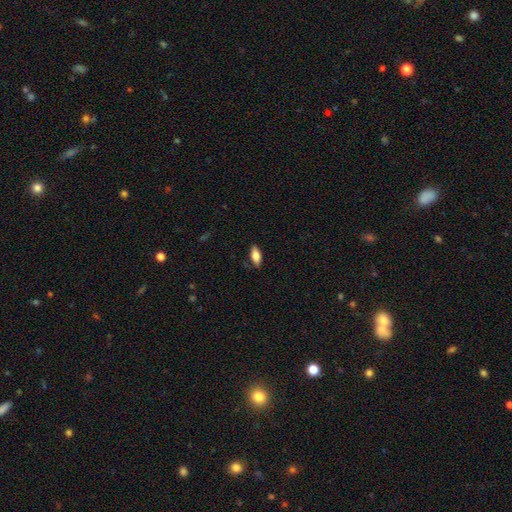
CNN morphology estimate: This appears to be a smooth galaxy with no disk features (75%) that is in between round and cigar-shaped (80%). Merging: none (84%).